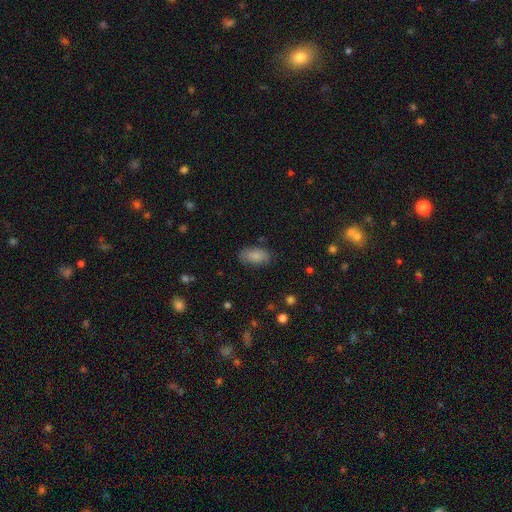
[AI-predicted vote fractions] This appears to be a smooth galaxy with no disk features (84%) that is in between round and cigar-shaped (93%). Merging: none (81%).